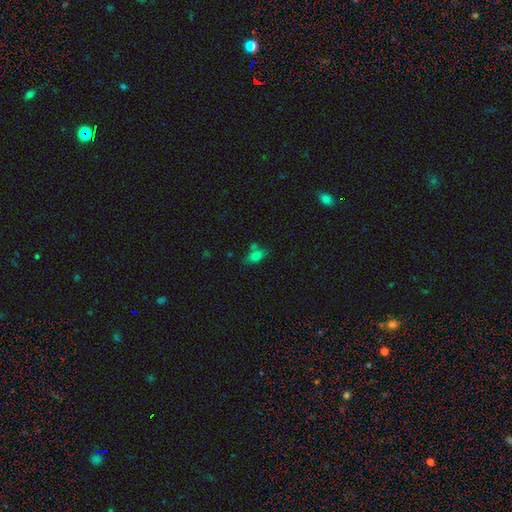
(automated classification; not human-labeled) Q: Smooth or featured?
A: smooth (71%); runner-up: featured or disk (17%)
Q: How rounded?
A: in between (80%); runner-up: cigar-shaped (11%)
Q: Merging?
A: none (61%); runner-up: minor disturbance (17%)